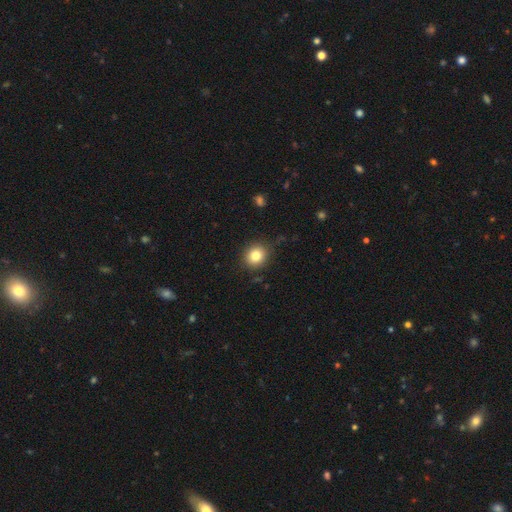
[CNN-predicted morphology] Smooth or featured? smooth (82%)
How rounded? round (81%)
Merging? none (87%)